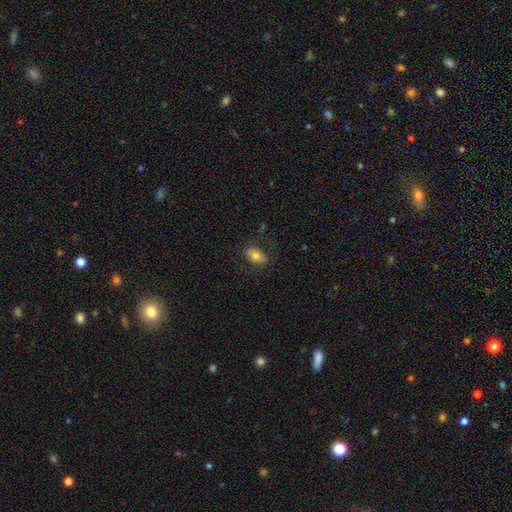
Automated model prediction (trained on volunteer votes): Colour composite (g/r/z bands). It shows a smooth galaxy with no disk features (74%) that is in between round and cigar-shaped (87%). Merging: none (79%).